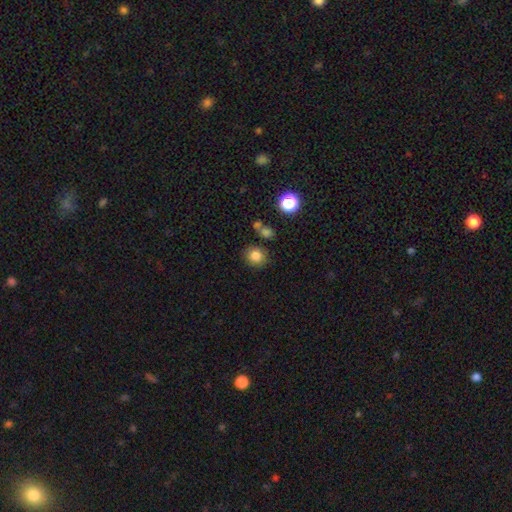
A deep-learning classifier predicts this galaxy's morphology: type=smooth (82%); roundness=round (76%); merging=none (79%).